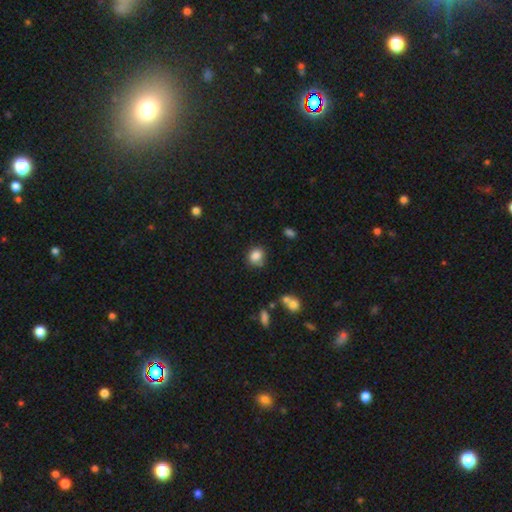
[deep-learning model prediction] A smooth galaxy with no disk features (85%) that is round (62%).

Vote fractions:
- Smooth or featured? smooth: 85% / star or artifact: 10% / featured or disk: 5%
- How rounded? round: 62% / in between: 37% / cigar-shaped: 1%
- Merging? none: 71% / minor disturbance: 19% / merger: 6% / major disturbance: 4%